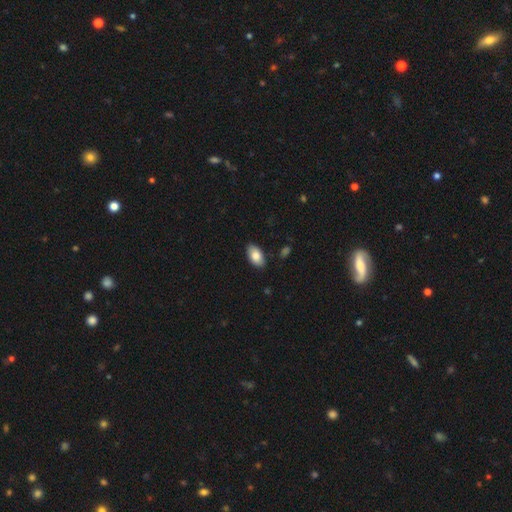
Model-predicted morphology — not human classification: Q: Smooth or featured?
A: smooth (83%); runner-up: featured or disk (10%)
Q: How rounded?
A: in between (94%); runner-up: round (4%)
Q: Merging?
A: none (87%); runner-up: minor disturbance (10%)